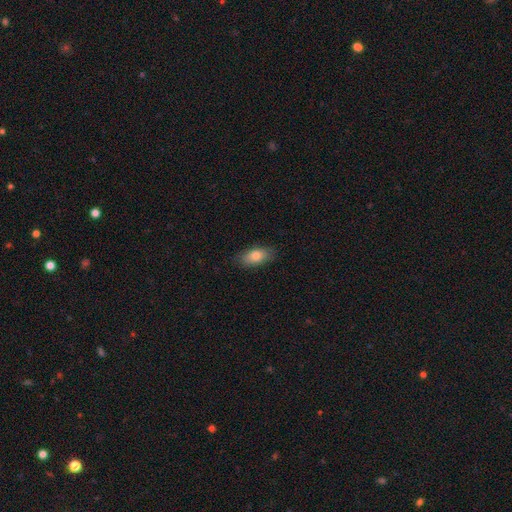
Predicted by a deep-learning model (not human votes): Q: Smooth or featured?
A: smooth (78%); runner-up: featured or disk (14%)
Q: How rounded?
A: in between (88%); runner-up: cigar-shaped (8%)
Q: Merging?
A: none (83%); runner-up: minor disturbance (13%)